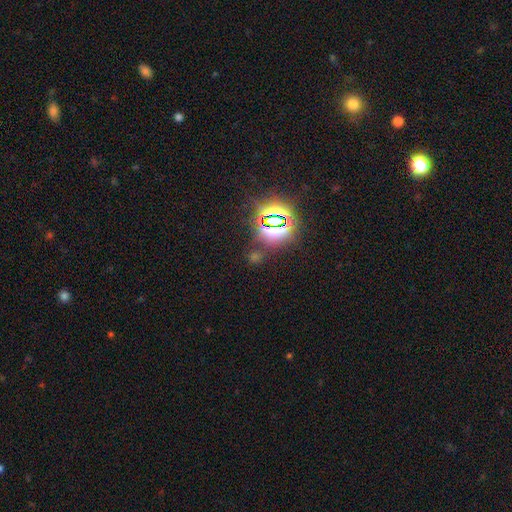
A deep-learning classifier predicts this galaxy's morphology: This is likely a star or artifact rather than a galaxy (73%).